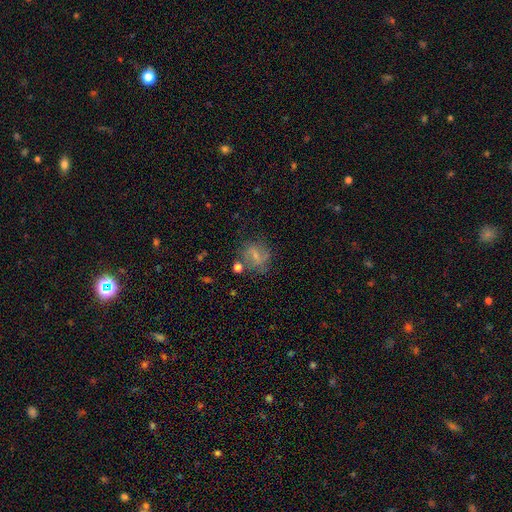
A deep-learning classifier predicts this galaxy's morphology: A smooth galaxy with no disk features (47%).

Vote fractions:
- Smooth or featured? smooth: 47% / featured or disk: 40% / star or artifact: 13%
- Merging? none: 64% / minor disturbance: 19% / major disturbance: 10% / merger: 6%